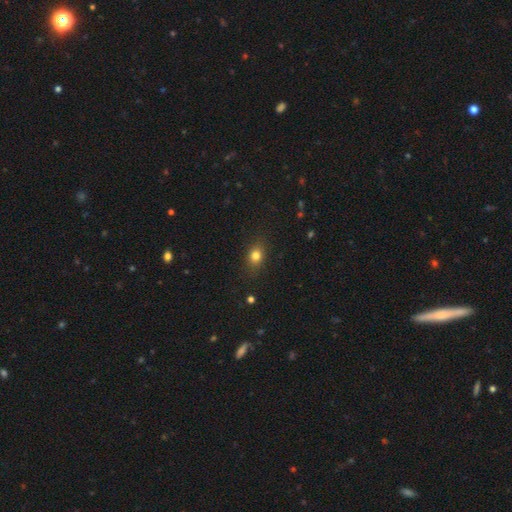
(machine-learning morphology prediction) A smooth galaxy with no disk features (79%) that is in between round and cigar-shaped (57%). Merging: none (85%).